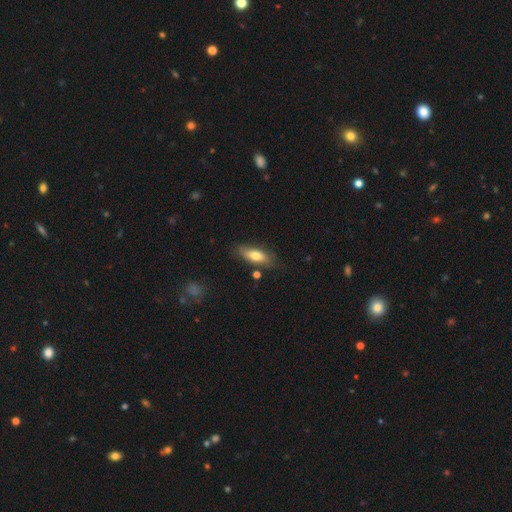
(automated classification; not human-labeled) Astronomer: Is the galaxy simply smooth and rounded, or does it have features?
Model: smooth — 71%.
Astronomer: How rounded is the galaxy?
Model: in between — 67%.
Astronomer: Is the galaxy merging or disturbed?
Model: none — 76%.